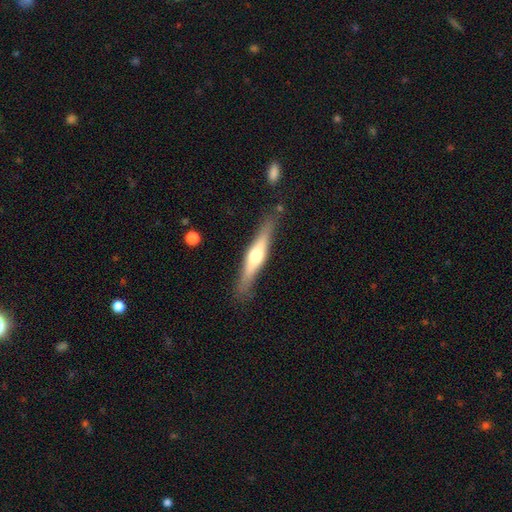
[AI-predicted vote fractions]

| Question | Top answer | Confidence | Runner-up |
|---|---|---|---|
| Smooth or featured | featured or disk | 60% | smooth (35%) |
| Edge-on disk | yes | 94% | no (6%) |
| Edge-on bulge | rounded | 91% | boxy (5%) |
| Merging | none | 85% | minor disturbance (11%) |